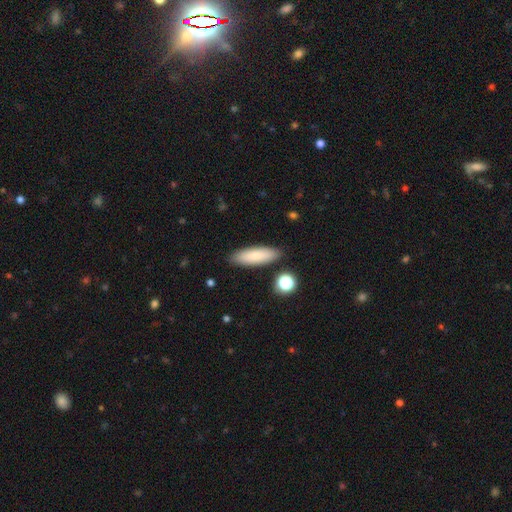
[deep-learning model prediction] Smooth or featured? smooth (81%)
How rounded? cigar-shaped (49%, tied with in between)
Merging? none (87%)